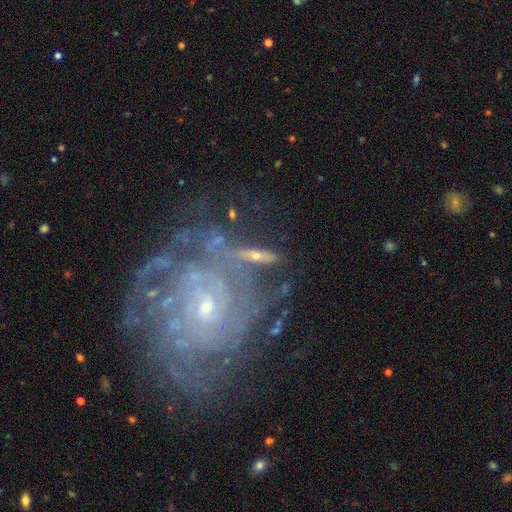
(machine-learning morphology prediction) smooth-or-featured: featured or disk: 58% | smooth: 30% | star or artifact: 12%
  disk-edge-on: no: 55% | yes: 45%
  merging: none: 64% | minor disturbance: 17% | merger: 11% | major disturbance: 8%